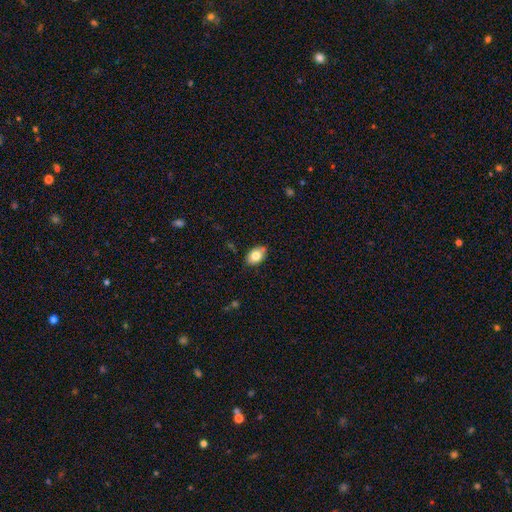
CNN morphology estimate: The model was most divided on "smooth or featured": smooth: 79%, featured or disk: 13%, star or artifact: 8%. More confident: how rounded — in between (86%); merging — none (82%).